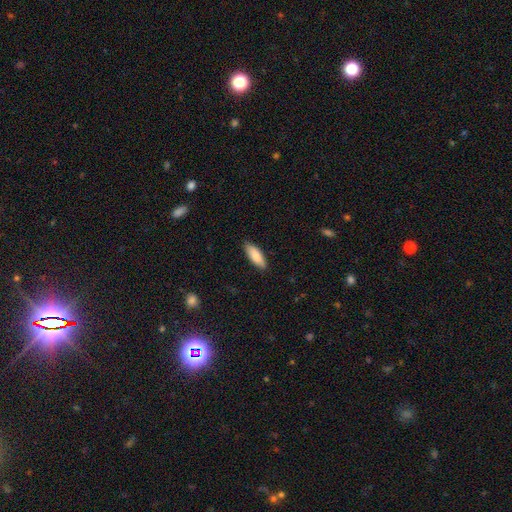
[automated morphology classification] This appears to be a smooth galaxy with no disk features (85%) that is in between round and cigar-shaped (65%). Merging: none (88%).